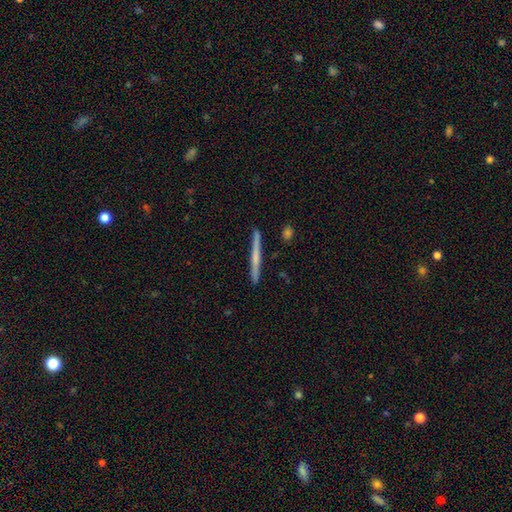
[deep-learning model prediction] Smooth or featured? Predicted: featured or disk (p=0.50). Edge-on disk? Predicted: yes (p=0.97). Merging? Predicted: none (p=0.91).